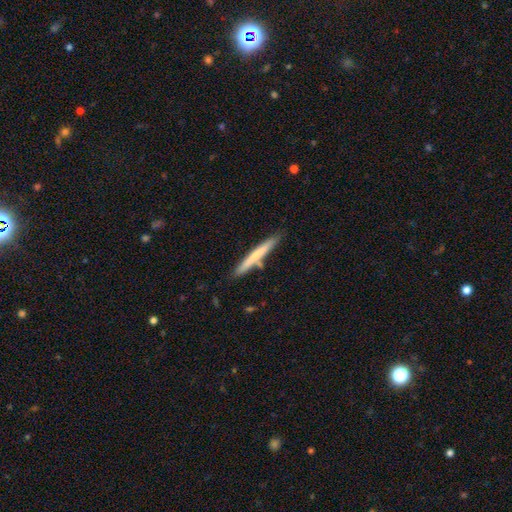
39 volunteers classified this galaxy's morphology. smooth_or_featured: smooth (p=0.67) [alt: featured or disk p=0.28]
how_rounded: cigar-shaped (p=1.00)
merging: none (p=0.76) [alt: minor disturbance p=0.16]